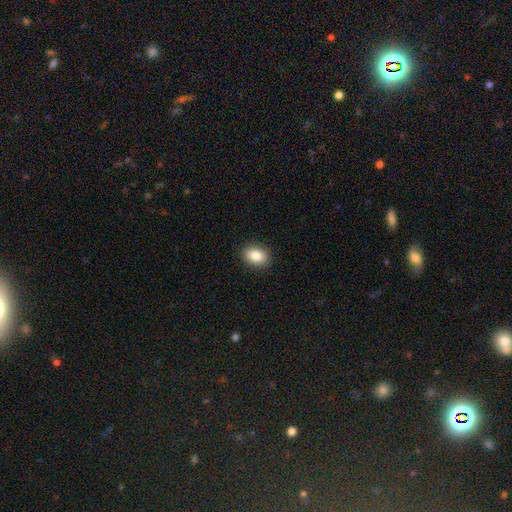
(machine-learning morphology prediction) A smooth galaxy with no disk features (87%) that is in between round and cigar-shaped (82%). Merging: none (90%).